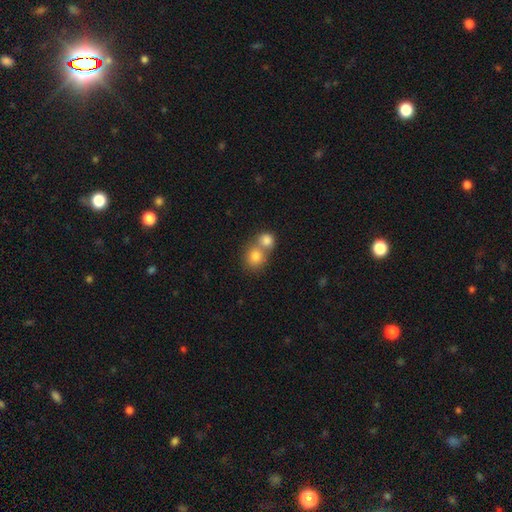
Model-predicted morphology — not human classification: smooth-or-featured: smooth: 78% | star or artifact: 11% | featured or disk: 11%
  how-rounded: round: 81% | in between: 18% | cigar-shaped: 1%
  merging: merger: 54% | none: 38% | minor disturbance: 6% | major disturbance: 2%